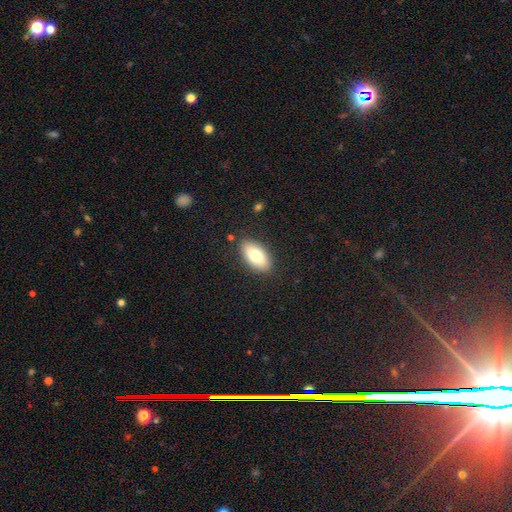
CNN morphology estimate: Smooth or featured?
  - smooth: 76% *
  - featured or disk: 17%
  - star or artifact: 7%
How rounded?
  - in between: 93% *
  - cigar-shaped: 4%
  - round: 3%
Merging?
  - none: 87% *
  - minor disturbance: 9%
  - major disturbance: 2%
  - merger: 1%